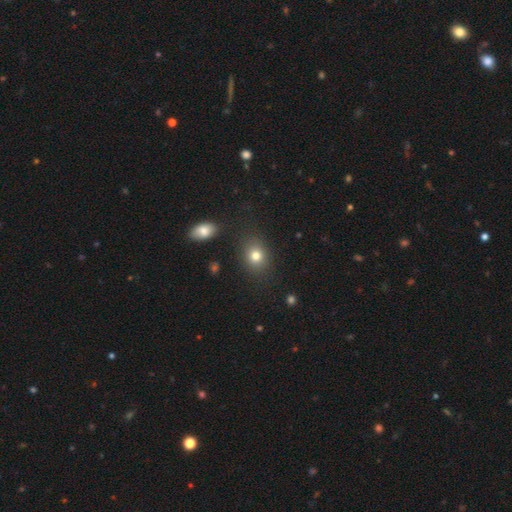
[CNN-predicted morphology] smooth 79%, star or artifact 12%, featured or disk 9%. Down the decision tree: how rounded — round (51%); merging — none (82%).